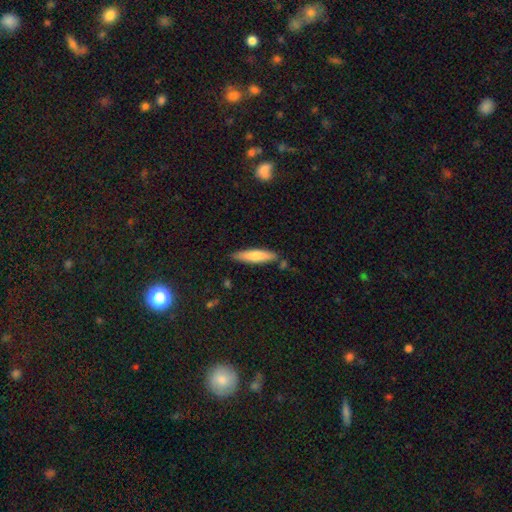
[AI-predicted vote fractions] Overall: smooth (74%). How rounded: cigar-shaped (81%). Merging: none (82%).